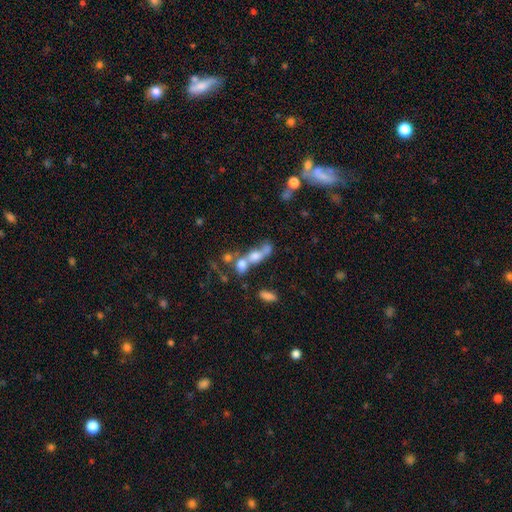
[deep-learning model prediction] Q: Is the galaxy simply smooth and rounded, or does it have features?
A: smooth — 58%.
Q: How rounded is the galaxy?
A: in between — 53%.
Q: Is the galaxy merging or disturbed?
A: merger — 59%.